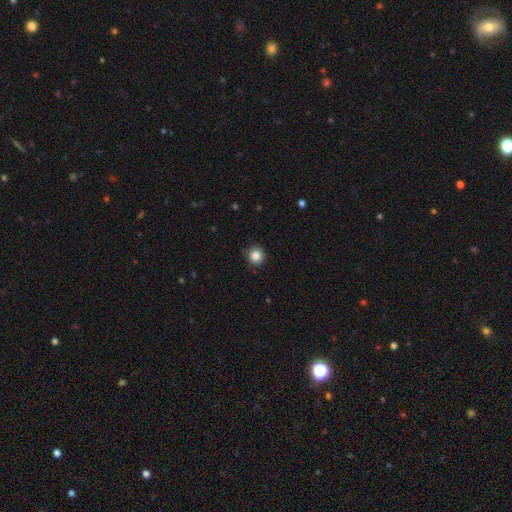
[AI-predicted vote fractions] Morphology: type=smooth (84%); roundness=round (94%); merging=none (87%).